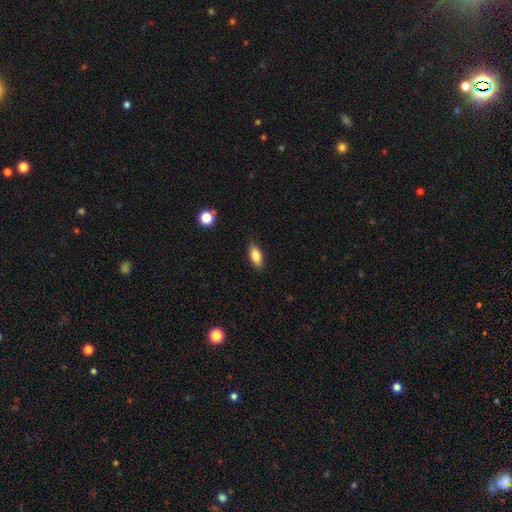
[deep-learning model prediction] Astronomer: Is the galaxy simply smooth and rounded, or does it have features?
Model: smooth — 83%.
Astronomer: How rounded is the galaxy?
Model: in between — 86%.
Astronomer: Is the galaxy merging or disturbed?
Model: none — 84%.